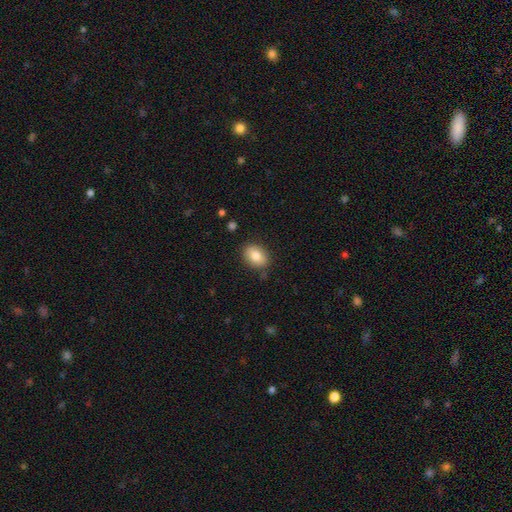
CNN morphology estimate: Q: Smooth or featured?
A: smooth (83%); runner-up: featured or disk (9%)
Q: How rounded?
A: in between (76%); runner-up: round (23%)
Q: Merging?
A: none (84%); runner-up: minor disturbance (11%)